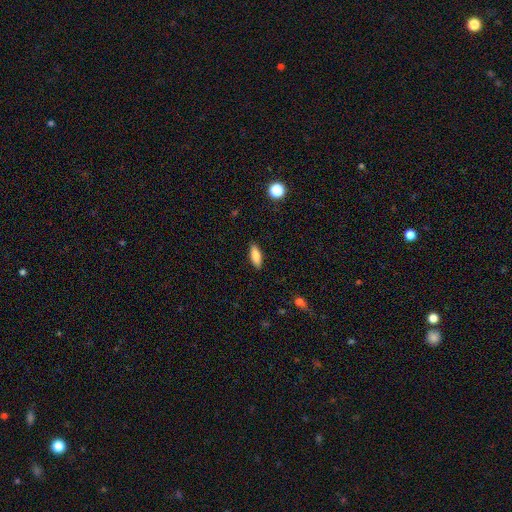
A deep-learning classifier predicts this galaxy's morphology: A smooth galaxy with no disk features (82%) that is in between round and cigar-shaped (66%).

Vote fractions:
- Smooth or featured? smooth: 82% / featured or disk: 11% / star or artifact: 7%
- How rounded? in between: 66% / cigar-shaped: 32% / round: 2%
- Merging? none: 88% / minor disturbance: 9% / major disturbance: 2% / merger: 1%